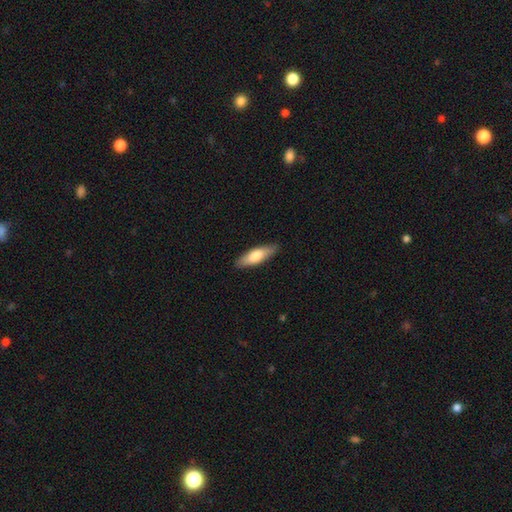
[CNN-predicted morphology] Overall: smooth (71%). How rounded: in between (50%; cigar-shaped 48%). Merging: none (87%).